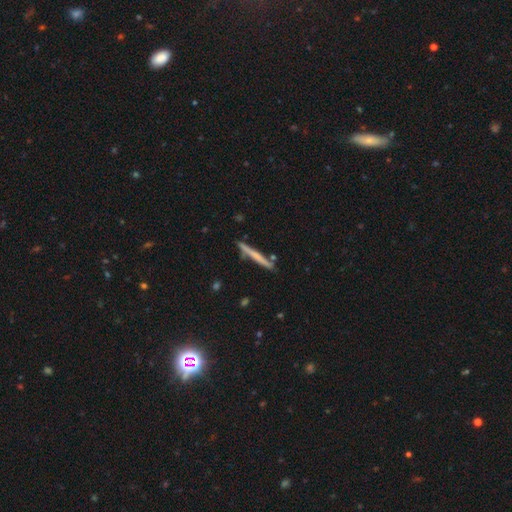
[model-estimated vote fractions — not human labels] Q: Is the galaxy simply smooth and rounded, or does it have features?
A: smooth — 49%.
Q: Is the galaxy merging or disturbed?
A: none — 85%.